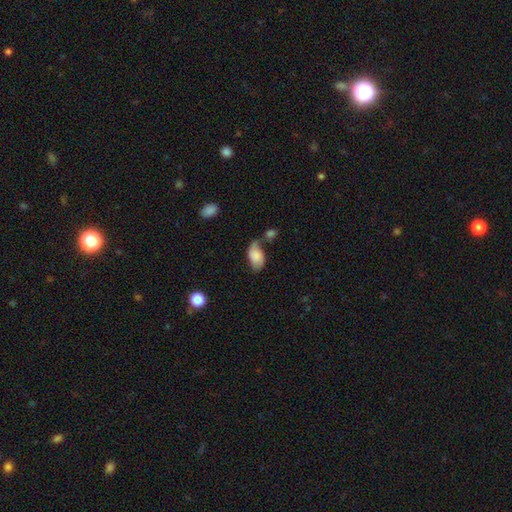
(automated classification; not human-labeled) smooth_or_featured: smooth (p=0.70) [alt: featured or disk p=0.22]
how_rounded: in between (p=0.92) [alt: round p=0.06]
merging: none (p=0.38) [alt: minor disturbance p=0.27]